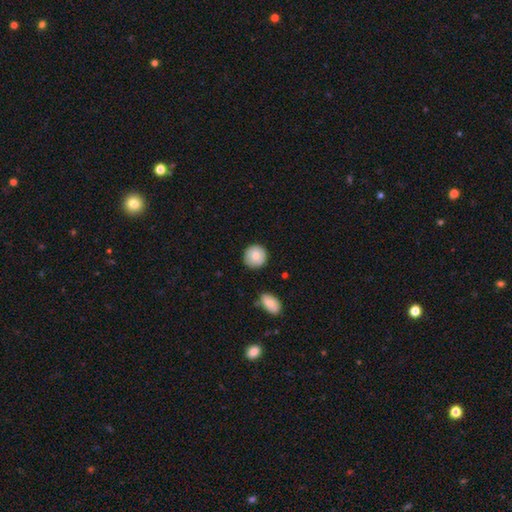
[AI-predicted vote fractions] A smooth galaxy with no disk features (80%) that is round (93%).

Vote fractions:
- Smooth or featured? smooth: 80% / featured or disk: 13% / star or artifact: 7%
- How rounded? round: 93% / in between: 6% / cigar-shaped: 1%
- Merging? none: 87% / minor disturbance: 9% / merger: 2% / major disturbance: 2%